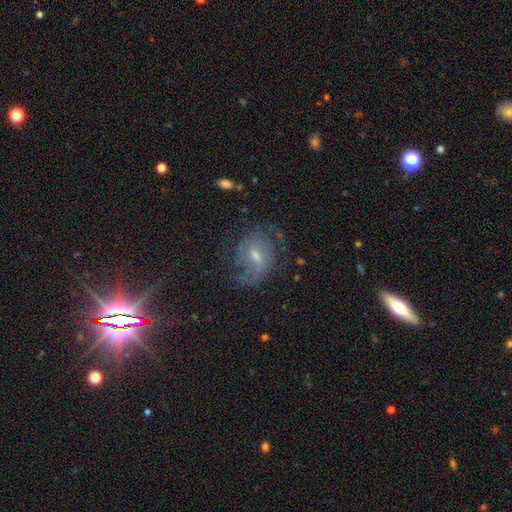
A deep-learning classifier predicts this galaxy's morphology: Smooth or featured?
  - featured or disk: 67% *
  - star or artifact: 17%
  - smooth: 16%
Edge-on disk?
  - no: 96% *
  - yes: 4%
Bar?
  - weak: 45% * (tied)
  - no: 45% * (tied)
  - strong: 10%
Spiral arms?
  - yes: 88% *
  - no: 12%
Spiral winding?
  - medium: 46% *
  - tight: 34%
  - loose: 21%
Spiral arm count?
  - 2: 53% *
  - can't tell: 27%
  - 3: 8%
  - 1: 6%
  - 4: 3%
  - more than 4: 3%
Bulge size?
  - moderate: 50% *
  - small: 42%
  - large: 4%
  - none: 3%
  - dominant: 1%
Merging?
  - none: 64% *
  - minor disturbance: 19%
  - major disturbance: 15%
  - merger: 2%